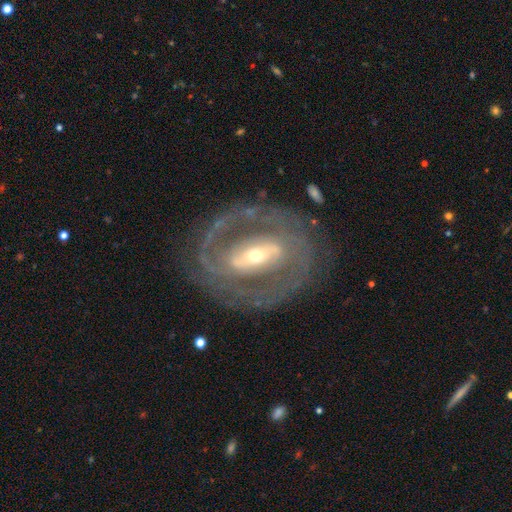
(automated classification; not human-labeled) The model was most divided on "bulge size": small: 53%, moderate: 41%, large: 5%, dominant: 1%, none: 1%. More confident: edge-on disk — no (94%); smooth or featured — featured or disk (86%); spiral arms — yes (84%); merging — none (77%); spiral arm count — 2 (67%); spiral winding — tight (54%); bar — strong (54%).